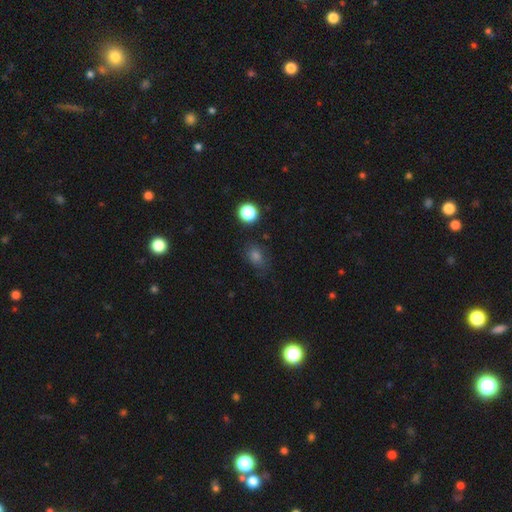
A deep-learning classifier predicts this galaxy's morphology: Overall: smooth (70%). How rounded: in between (62%; round 36%). Merging: none (73%).